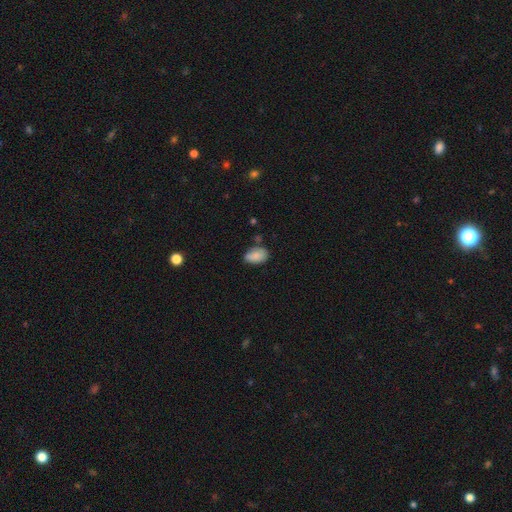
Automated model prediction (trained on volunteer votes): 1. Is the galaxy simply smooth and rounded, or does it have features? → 85% smooth, 8% star or artifact, 7% featured or disk.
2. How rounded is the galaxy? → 90% in between, 9% round, 1% cigar-shaped.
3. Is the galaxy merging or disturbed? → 63% none, 26% minor disturbance, 6% merger, 5% major disturbance.